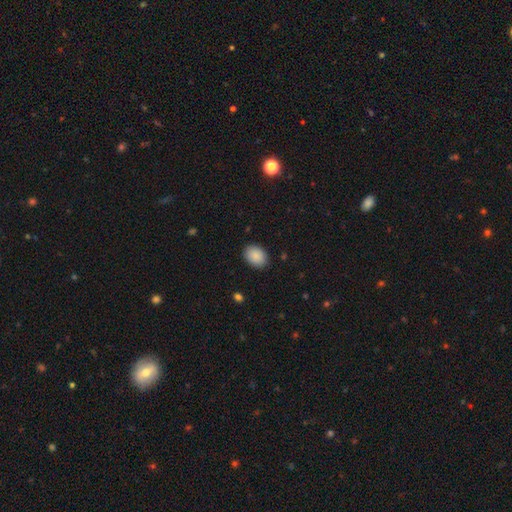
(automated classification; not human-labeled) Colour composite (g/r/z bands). It shows a smooth galaxy with no disk features (90%) that is in between round and cigar-shaped (70%). Merging: none (88%).